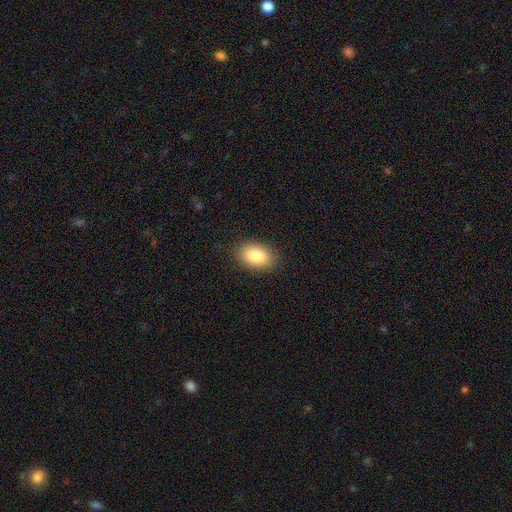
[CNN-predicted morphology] Overall: smooth (86%). How rounded: in between (89%). Merging: none (88%).